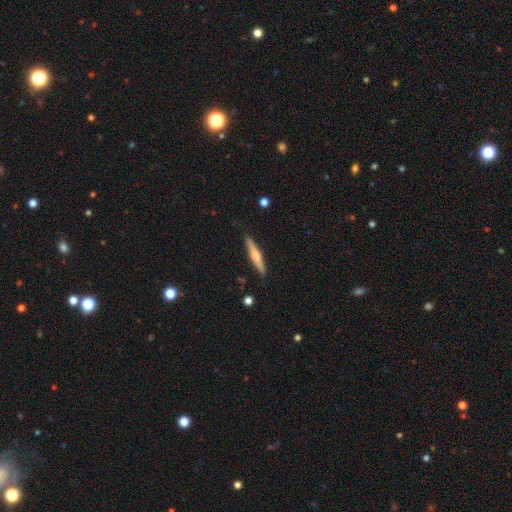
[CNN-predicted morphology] This is possibly a featured or disk galaxy (56%). It is clearly viewed edge-on (97%). Edge-on bulge: clearly rounded (86%). Merging: clearly none (90%).